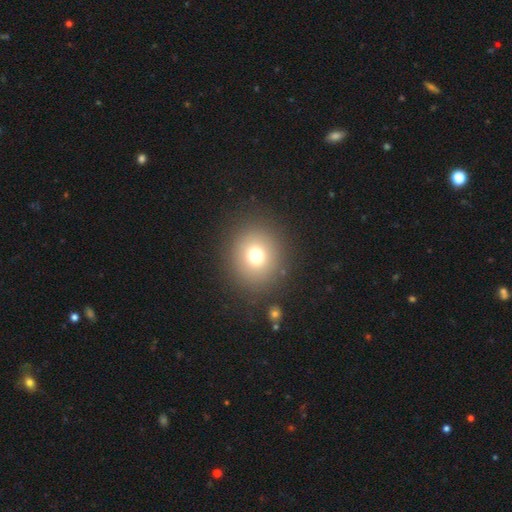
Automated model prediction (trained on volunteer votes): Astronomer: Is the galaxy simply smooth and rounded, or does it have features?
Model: smooth — 72%.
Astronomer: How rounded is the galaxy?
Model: round — 82%.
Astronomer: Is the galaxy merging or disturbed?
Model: none — 86%.